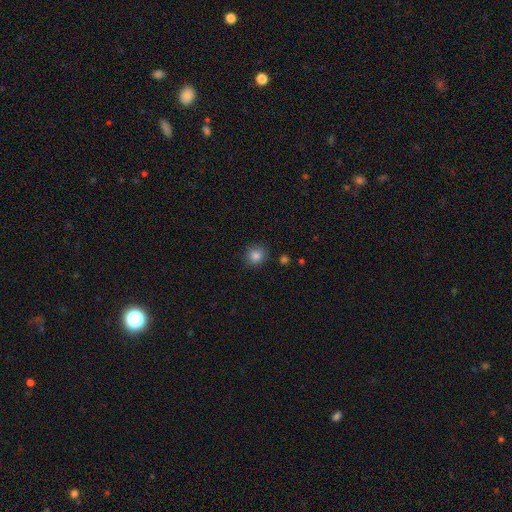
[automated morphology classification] Smooth or featured? Predicted: smooth (p=0.85). How rounded? Predicted: round (p=0.87). Merging? Predicted: none (p=0.88).